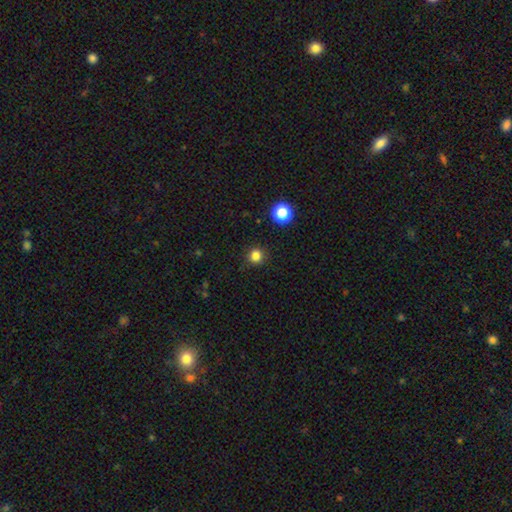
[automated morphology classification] smooth-or-featured: smooth: 82% | star or artifact: 14% | featured or disk: 4%
  how-rounded: round: 94% | in between: 5% | cigar-shaped: 1%
  merging: none: 90% | minor disturbance: 7% | major disturbance: 2% | merger: 1%